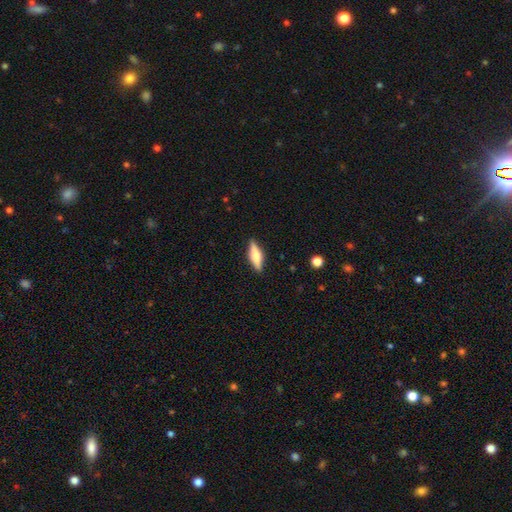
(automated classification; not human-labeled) Overall: smooth (52%; featured or disk 42%). How rounded: cigar-shaped (57%; in between 41%). Merging: none (88%).